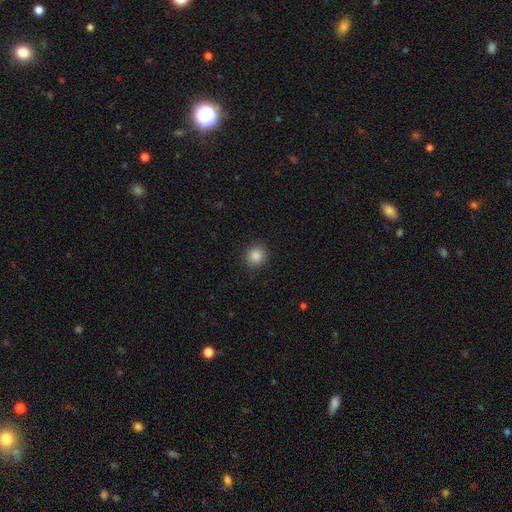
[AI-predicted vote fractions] smooth_or_featured: smooth (p=0.87) [alt: star or artifact p=0.10]
how_rounded: round (p=0.90) [alt: in between p=0.09]
merging: none (p=0.91) [alt: minor disturbance p=0.06]